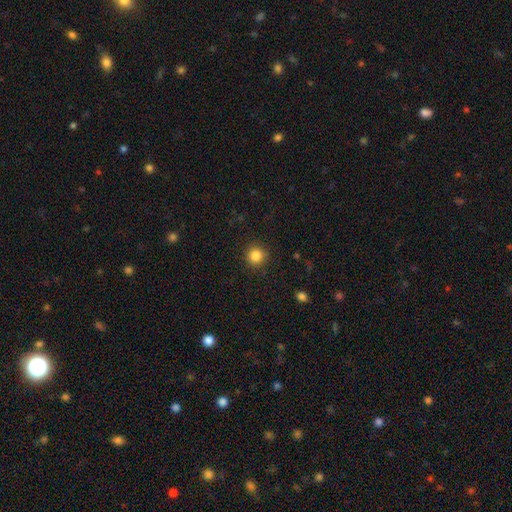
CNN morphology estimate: This appears to be a smooth galaxy with no disk features (85%) that is round (94%). Merging: none (91%).